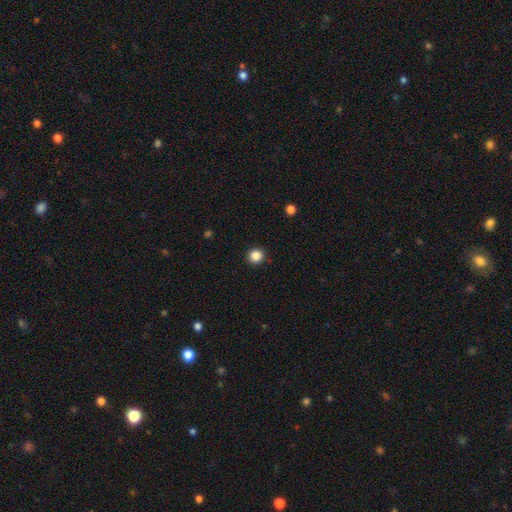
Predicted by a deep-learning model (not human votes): smooth 86%, star or artifact 11%, featured or disk 3%. Down the decision tree: how rounded — round (94%); merging — none (93%).